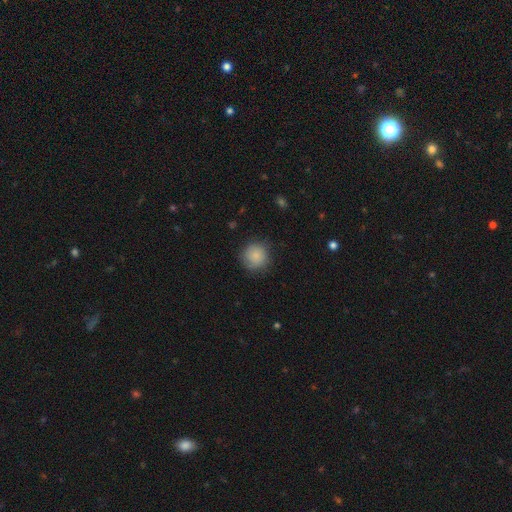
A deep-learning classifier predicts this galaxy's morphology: Smooth or featured? Predicted: smooth (p=0.84). How rounded? Predicted: round (p=0.93). Merging? Predicted: none (p=0.80).